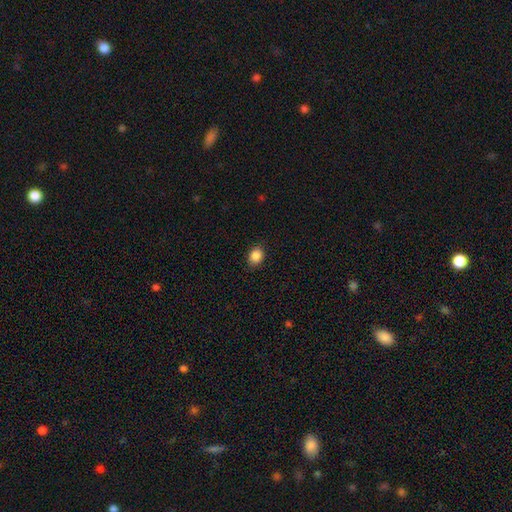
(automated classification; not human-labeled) This is clearly a smooth galaxy (87%). How rounded: possibly in between (53%). Merging: clearly none (89%).